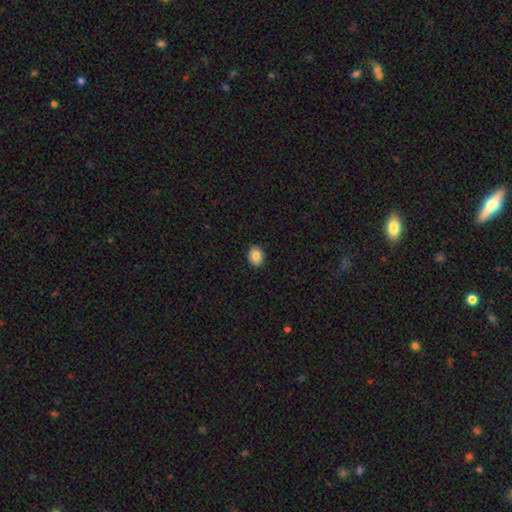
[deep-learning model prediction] Overall: smooth (85%). How rounded: in between (54%; round 45%). Merging: none (91%).